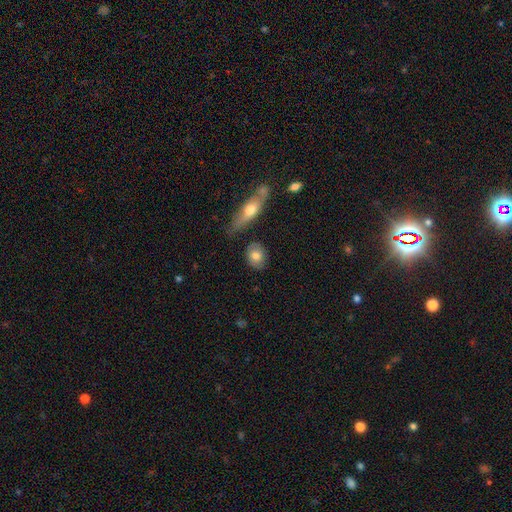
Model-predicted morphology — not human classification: Smooth or featured: smooth — 75% (featured or disk — 18%)
How rounded: in between — 56% (round — 40%)
Merging: none — 79% (minor disturbance — 13%)